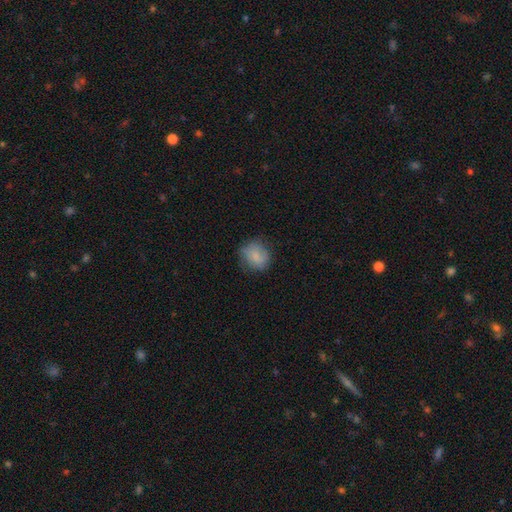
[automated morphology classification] type=smooth (81%); roundness=round (71%); merging=none (73%).